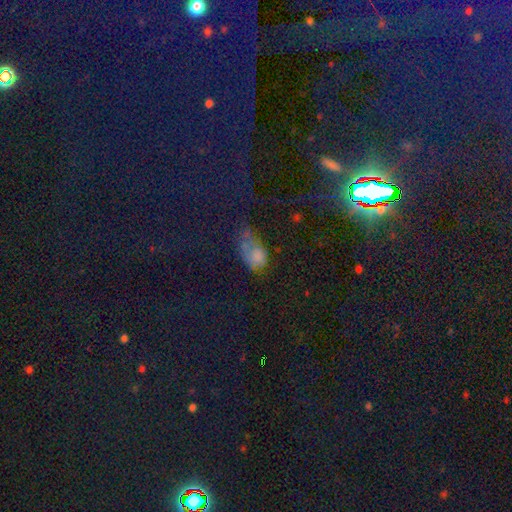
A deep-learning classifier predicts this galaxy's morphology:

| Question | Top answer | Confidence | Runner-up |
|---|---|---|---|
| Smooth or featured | smooth | 62% | star or artifact (20%) |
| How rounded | in between | 81% | round (16%) |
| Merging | major disturbance | 39% | minor disturbance (27%) |